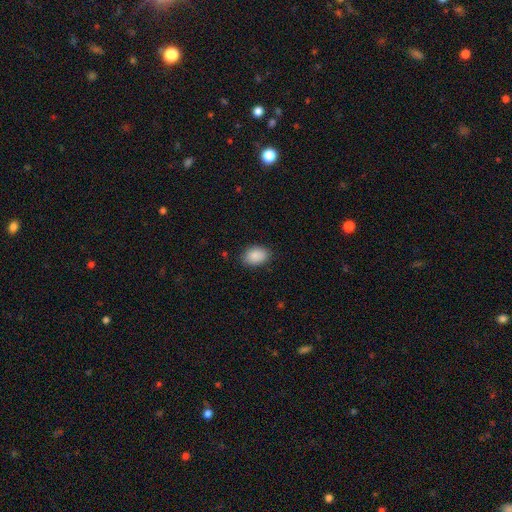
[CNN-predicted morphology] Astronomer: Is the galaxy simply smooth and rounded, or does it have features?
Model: smooth — 89%.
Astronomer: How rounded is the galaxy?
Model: in between — 83%.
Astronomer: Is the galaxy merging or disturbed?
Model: none — 84%.